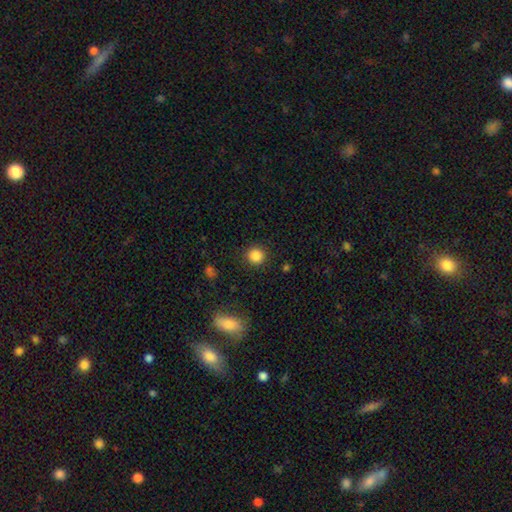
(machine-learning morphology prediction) smooth 86%, star or artifact 11%, featured or disk 4%. Down the decision tree: how rounded — round (93%); merging — none (90%).